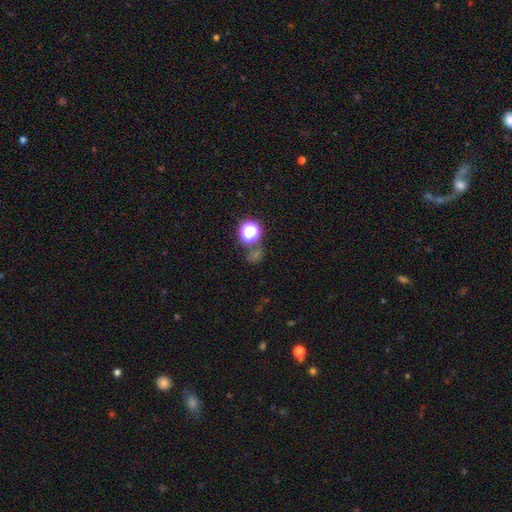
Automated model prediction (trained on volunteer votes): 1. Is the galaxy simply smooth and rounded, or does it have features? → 58% star or artifact, 32% smooth, 10% featured or disk.